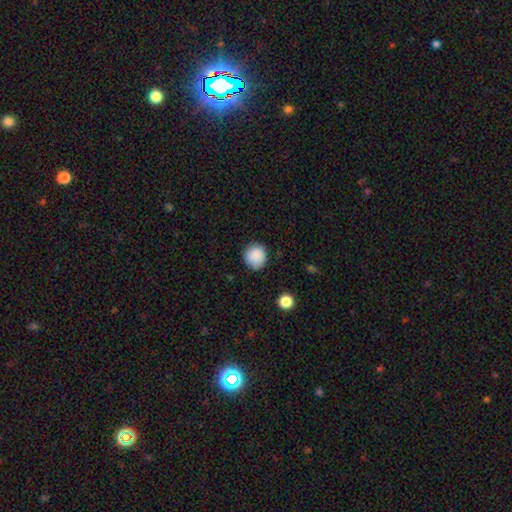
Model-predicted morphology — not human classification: Q: Smooth or featured?
A: smooth (88%); runner-up: star or artifact (9%)
Q: How rounded?
A: round (88%); runner-up: in between (11%)
Q: Merging?
A: none (86%); runner-up: minor disturbance (10%)